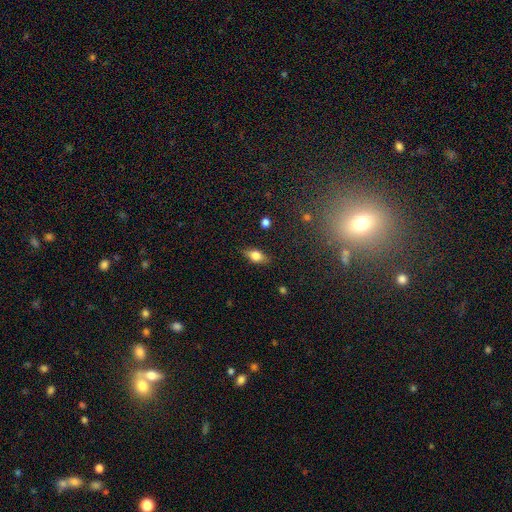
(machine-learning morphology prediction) Q: Smooth or featured?
A: smooth (66%); runner-up: featured or disk (26%)
Q: How rounded?
A: in between (82%); runner-up: cigar-shaped (11%)
Q: Merging?
A: none (83%); runner-up: minor disturbance (13%)